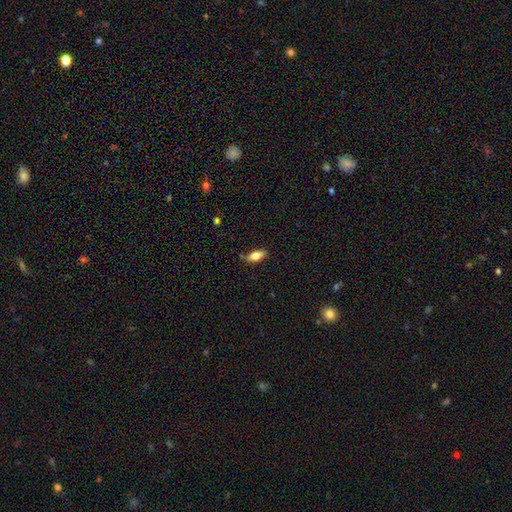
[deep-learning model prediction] A smooth galaxy with no disk features (73%) that is in between round and cigar-shaped (82%). Merging: none (80%).